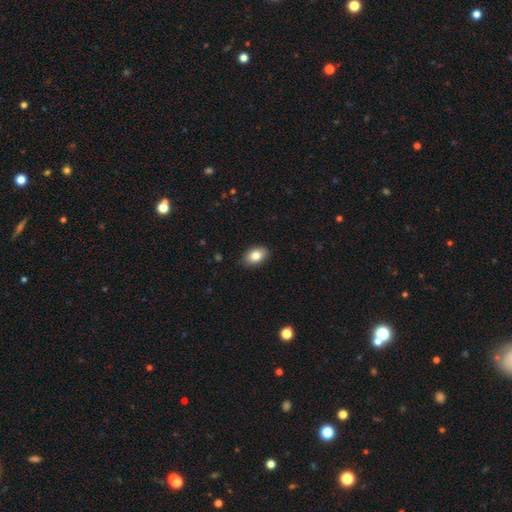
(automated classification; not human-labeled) The model was most divided on "smooth or featured": smooth: 83%, featured or disk: 9%, star or artifact: 8%. More confident: merging — none (88%); how rounded — in between (86%).